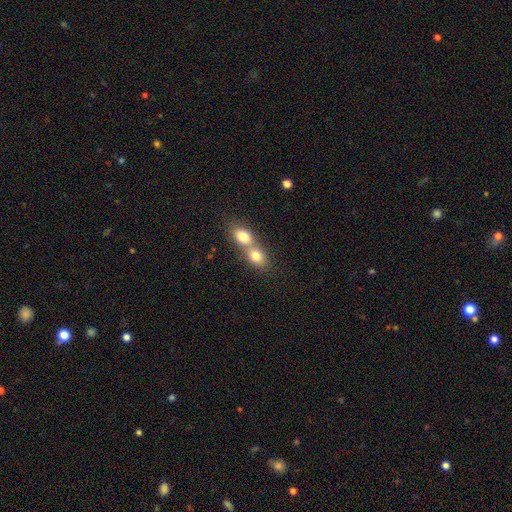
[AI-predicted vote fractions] Overall: smooth (77%). How rounded: in between (58%; round 39%). Merging: merger (70%).